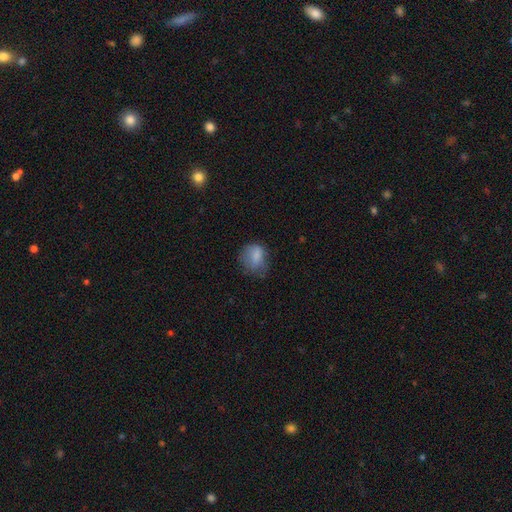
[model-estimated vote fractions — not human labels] smooth-or-featured: smooth: 77% | featured or disk: 13% | star or artifact: 10%
  how-rounded: in between: 49% (tied) | round: 49% (tied) | cigar-shaped: 1%
  merging: none: 46% | minor disturbance: 32% | major disturbance: 20% | merger: 2%